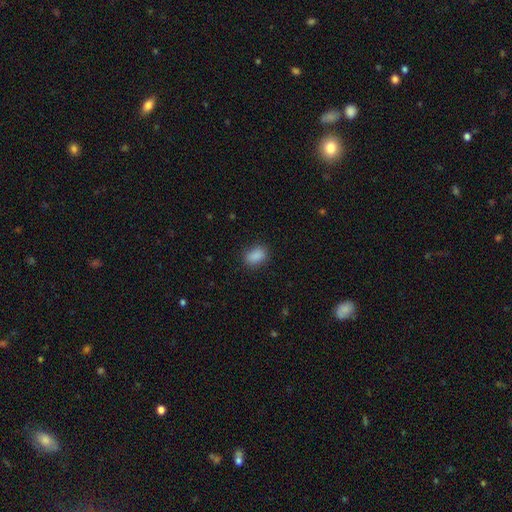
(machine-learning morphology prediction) This is clearly a smooth galaxy (88%). How rounded: clearly in between (82%). Merging: clearly none (84%).